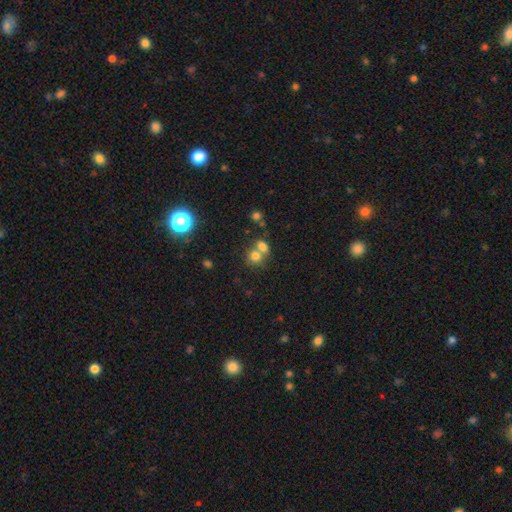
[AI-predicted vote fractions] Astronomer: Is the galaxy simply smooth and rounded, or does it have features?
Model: smooth — 74%.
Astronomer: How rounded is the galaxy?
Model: round — 67%.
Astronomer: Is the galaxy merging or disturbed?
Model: merger — 55% (runner-up: none, 35%).